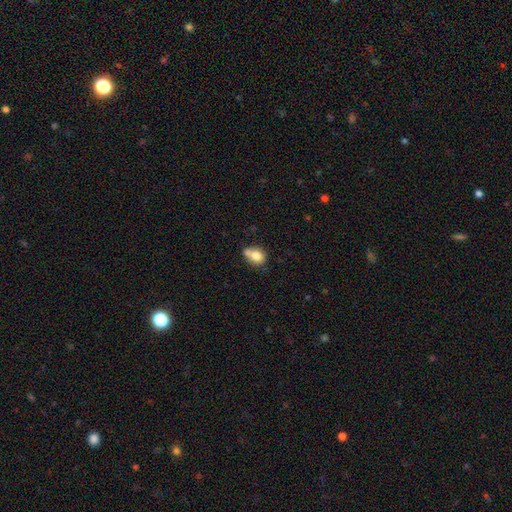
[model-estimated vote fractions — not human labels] A smooth galaxy with no disk features (77%) that is in between round and cigar-shaped (58%).

Vote fractions:
- Smooth or featured? smooth: 77% / featured or disk: 14% / star or artifact: 10%
- How rounded? in between: 58% / round: 41% / cigar-shaped: 1%
- Merging? none: 42% / merger: 28% / minor disturbance: 23% / major disturbance: 7%